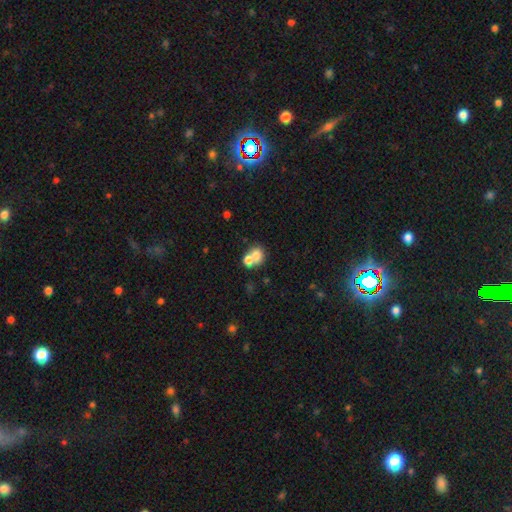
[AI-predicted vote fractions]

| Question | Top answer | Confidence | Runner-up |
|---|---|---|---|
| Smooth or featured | smooth | 72% | featured or disk (17%) |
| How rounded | round | 64% | in between (35%) |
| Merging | merger | 56% | none (33%) |